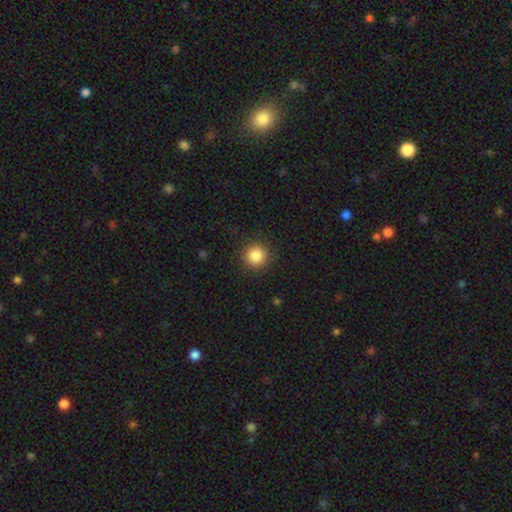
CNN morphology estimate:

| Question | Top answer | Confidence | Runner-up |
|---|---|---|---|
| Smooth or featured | smooth | 86% | star or artifact (10%) |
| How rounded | round | 95% | in between (4%) |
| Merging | none | 90% | minor disturbance (6%) |